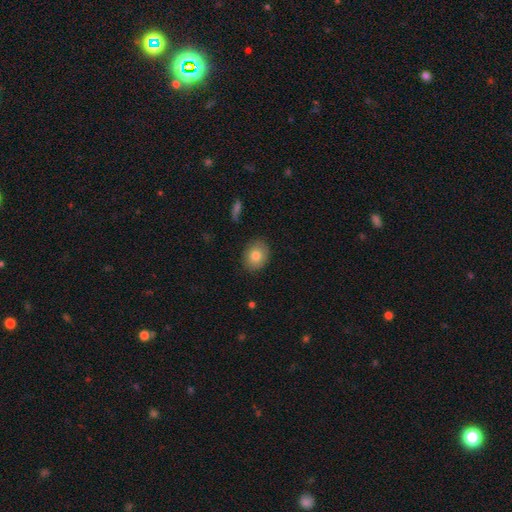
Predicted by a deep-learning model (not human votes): A smooth galaxy with no disk features (81%) that is in between round and cigar-shaped (51%). Merging: none (85%).